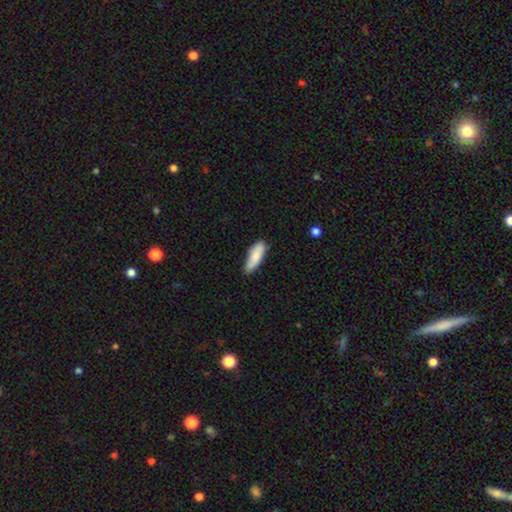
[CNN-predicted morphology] smooth 84%, featured or disk 10%, star or artifact 6%. Down the decision tree: how rounded — in between (60%); merging — none (77%).